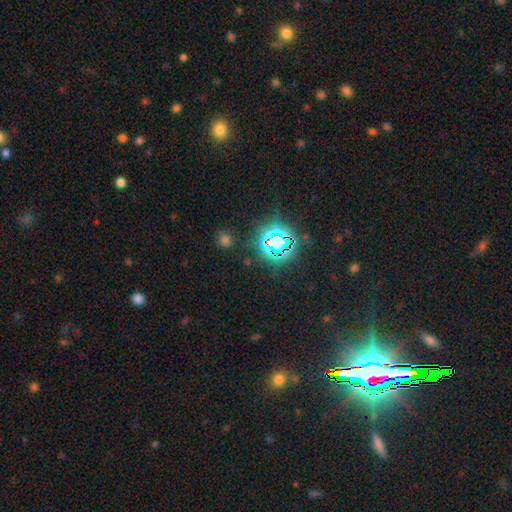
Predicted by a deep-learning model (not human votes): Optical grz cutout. It shows a star or artifact, not a galaxy (81%).